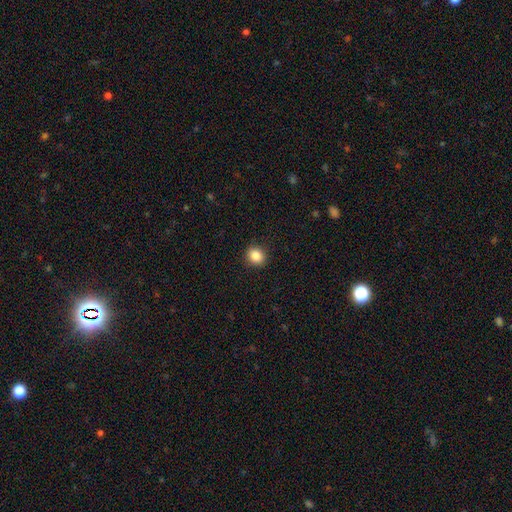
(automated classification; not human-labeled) A smooth galaxy with no disk features (86%) that is round (78%). Merging: none (90%).